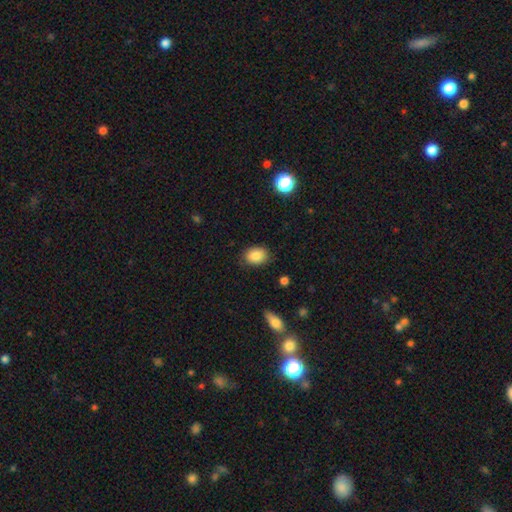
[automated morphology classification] A smooth galaxy with no disk features (86%) that is in between round and cigar-shaped (65%).

Vote fractions:
- Smooth or featured? smooth: 86% / star or artifact: 8% / featured or disk: 6%
- How rounded? in between: 65% / round: 34% / cigar-shaped: 1%
- Merging? none: 84% / minor disturbance: 12% / major disturbance: 3% / merger: 1%